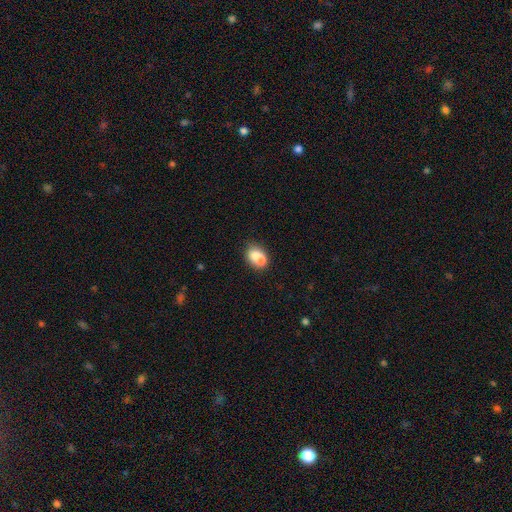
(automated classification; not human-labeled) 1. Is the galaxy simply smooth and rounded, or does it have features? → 75% smooth, 16% featured or disk, 9% star or artifact.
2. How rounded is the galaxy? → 75% in between, 22% round, 3% cigar-shaped.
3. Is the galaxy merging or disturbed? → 43% none, 38% merger, 14% minor disturbance, 5% major disturbance.